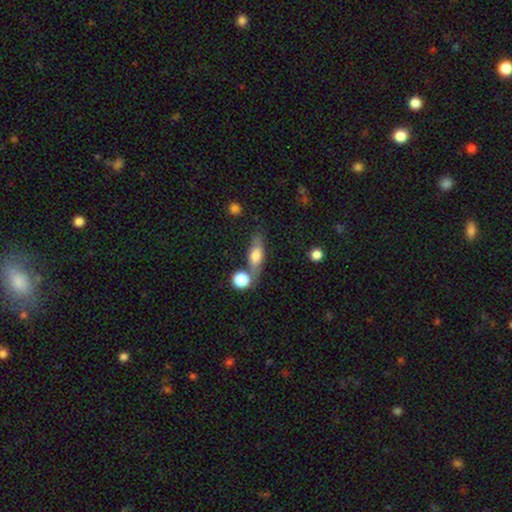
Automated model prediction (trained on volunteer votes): A smooth galaxy with no disk features (62%) that is in between round and cigar-shaped (55%).

Vote fractions:
- Smooth or featured? smooth: 62% / featured or disk: 30% / star or artifact: 9%
- How rounded? in between: 55% / cigar-shaped: 37% / round: 8%
- Merging? none: 55% / merger: 23% / minor disturbance: 15% / major disturbance: 6%